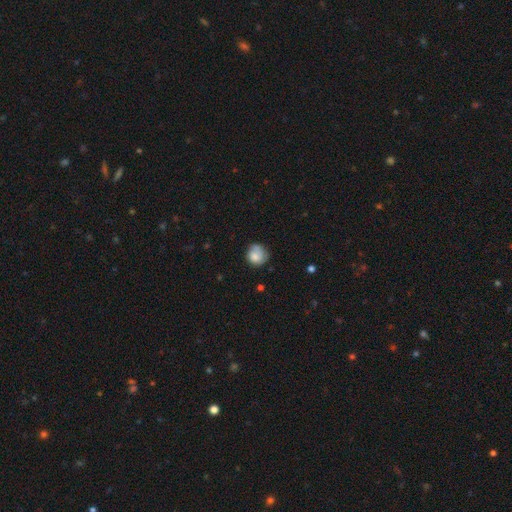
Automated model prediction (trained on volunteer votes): This appears to be a smooth galaxy with no disk features (75%) that is round (79%). Merging: none (55%).